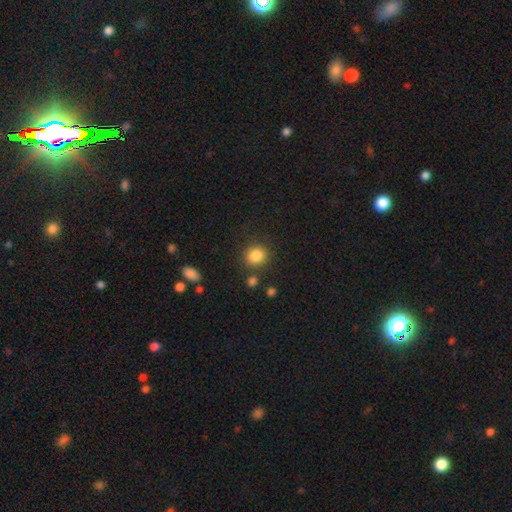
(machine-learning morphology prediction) The model was most divided on "how rounded": round: 83%, in between: 16%, cigar-shaped: 1%. More confident: smooth or featured — smooth (85%); merging — none (82%).